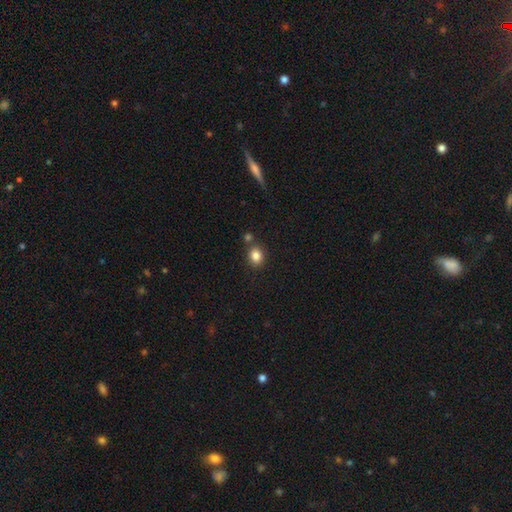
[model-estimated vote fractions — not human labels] Smooth or featured? smooth (84%)
How rounded? round (61%)
Merging? none (74%)